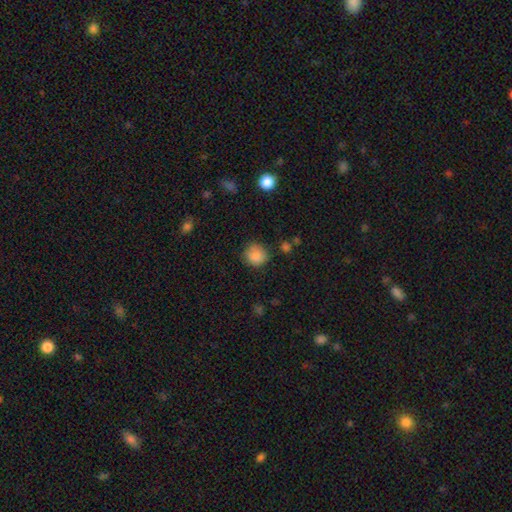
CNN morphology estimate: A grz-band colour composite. It shows a smooth galaxy with no disk features (86%) that is round (86%). Merging: none (75%).